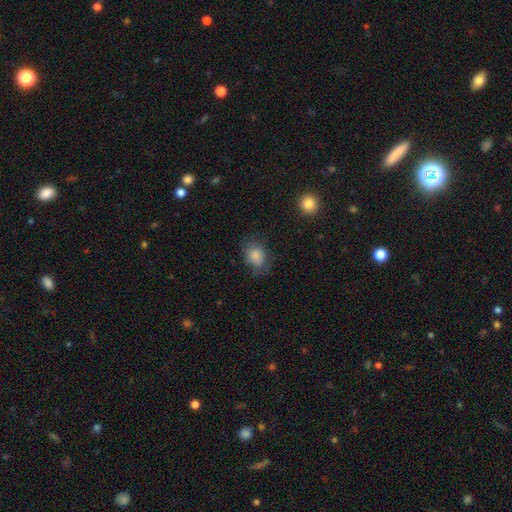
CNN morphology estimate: Smooth or featured? smooth (82%)
How rounded? in between (55%)
Merging? none (62%)